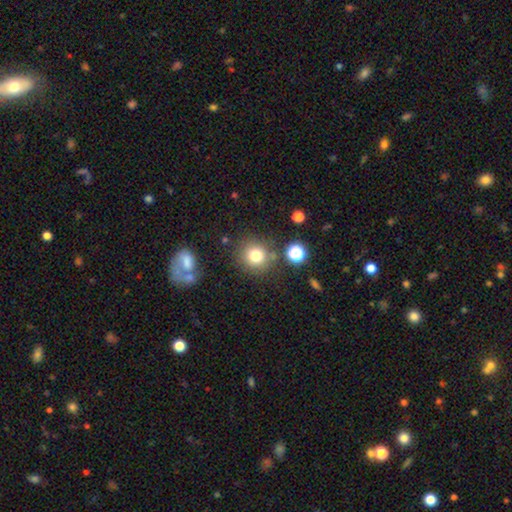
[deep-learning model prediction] Smooth or featured: smooth — 78% (star or artifact — 14%)
How rounded: round — 91% (in between — 8%)
Merging: none — 79% (minor disturbance — 10%)